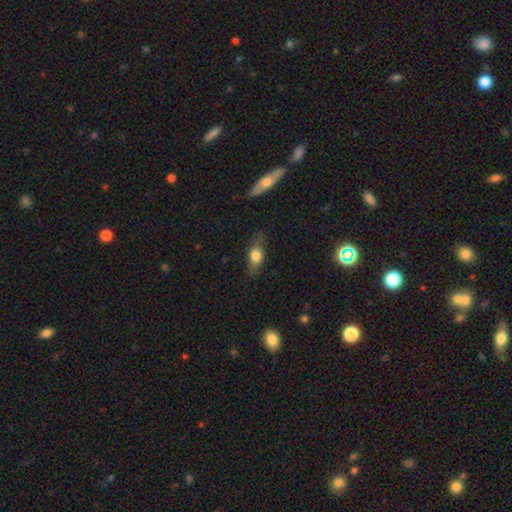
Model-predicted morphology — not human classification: smooth-or-featured: smooth: 67% | featured or disk: 24% | star or artifact: 9%
  how-rounded: in between: 69% | cigar-shaped: 16% | round: 14%
  merging: none: 67% | minor disturbance: 23% | major disturbance: 8% | merger: 2%